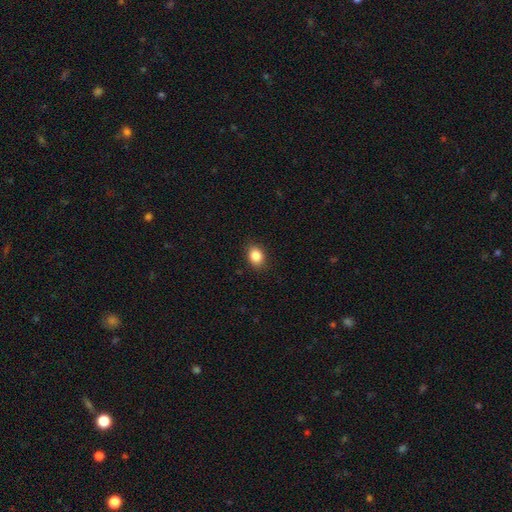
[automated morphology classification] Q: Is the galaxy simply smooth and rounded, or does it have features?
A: smooth — 87%.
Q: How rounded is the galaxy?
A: in between — 60%.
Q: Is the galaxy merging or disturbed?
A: none — 87%.